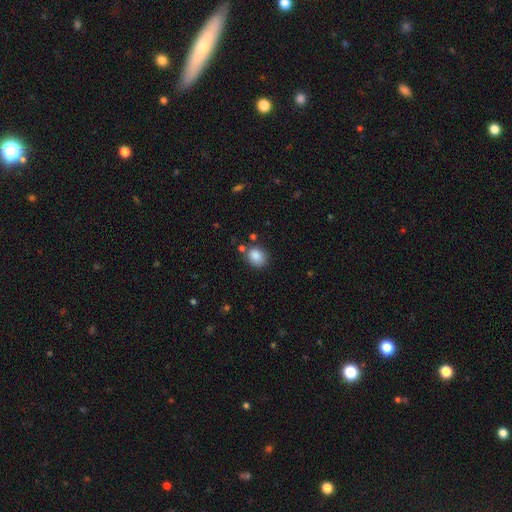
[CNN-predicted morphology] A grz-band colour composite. It shows a smooth galaxy with no disk features (87%) that is round (54%). Merging: none (75%).